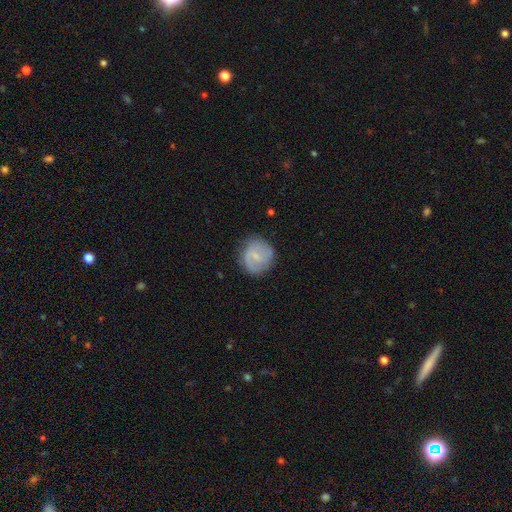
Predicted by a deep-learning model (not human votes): Q: Smooth or featured?
A: featured or disk (50%); runner-up: smooth (44%)
Q: Merging?
A: none (77%); runner-up: minor disturbance (17%)